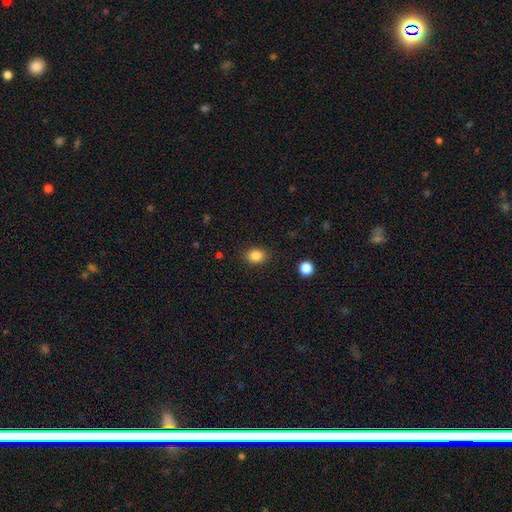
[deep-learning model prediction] Smooth or featured? smooth (85%)
How rounded? in between (58%)
Merging? none (87%)